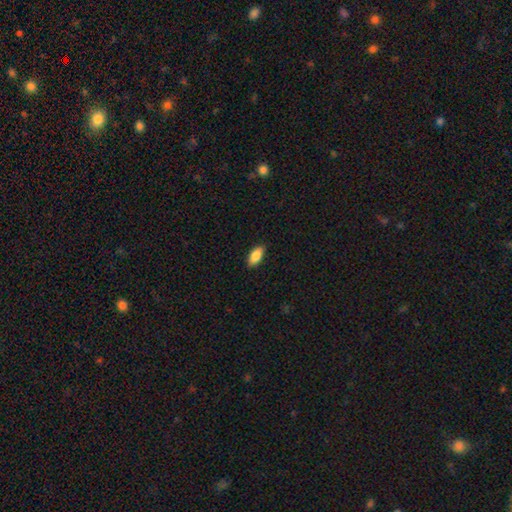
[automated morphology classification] A smooth galaxy with no disk features (84%) that is in between round and cigar-shaped (86%).

Vote fractions:
- Smooth or featured? smooth: 84% / featured or disk: 9% / star or artifact: 6%
- How rounded? in between: 86% / cigar-shaped: 12% / round: 2%
- Merging? none: 88% / minor disturbance: 9% / major disturbance: 2% / merger: 1%